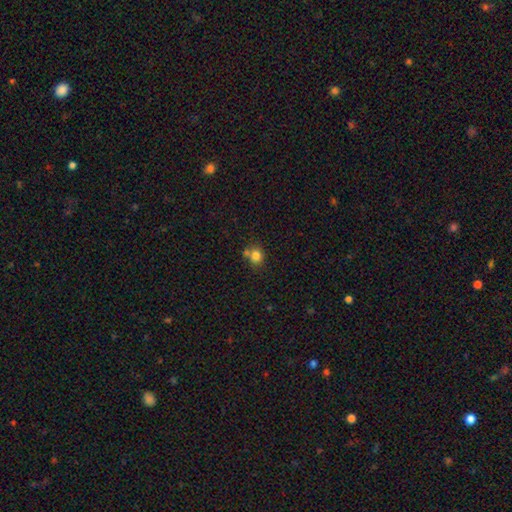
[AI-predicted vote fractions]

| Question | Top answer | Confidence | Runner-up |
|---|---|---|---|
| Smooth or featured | smooth | 80% | star or artifact (12%) |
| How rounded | round | 80% | in between (19%) |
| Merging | none | 57% | merger (27%) |